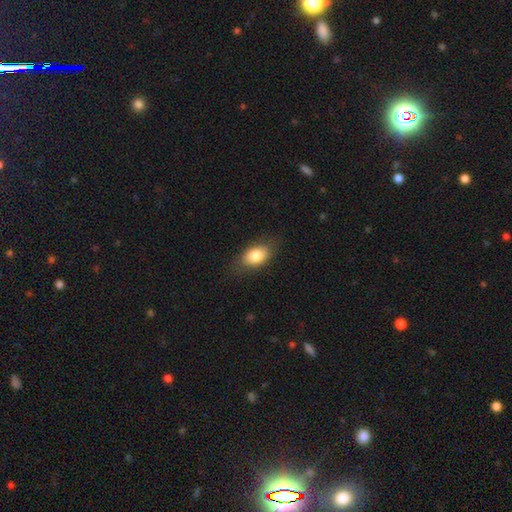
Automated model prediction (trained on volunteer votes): Morphology: type=smooth (81%); roundness=in between (88%); merging=none (79%).